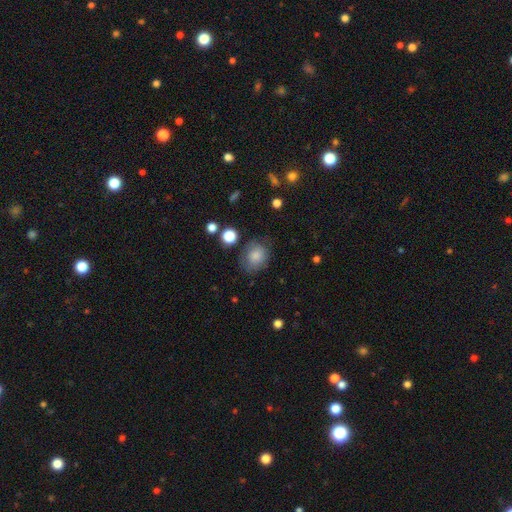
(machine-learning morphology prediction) Q: Smooth or featured?
A: smooth (81%); runner-up: featured or disk (10%)
Q: How rounded?
A: round (58%); runner-up: in between (41%)
Q: Merging?
A: none (68%); runner-up: minor disturbance (22%)